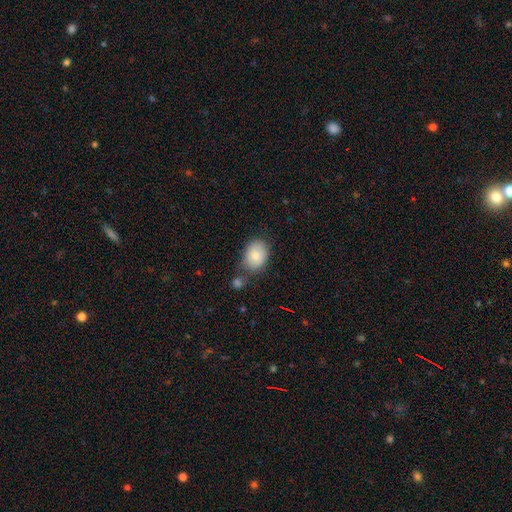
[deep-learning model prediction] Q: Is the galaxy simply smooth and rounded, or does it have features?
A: smooth — 80%.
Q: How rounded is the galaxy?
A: in between — 71%.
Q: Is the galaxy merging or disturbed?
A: none — 64%.